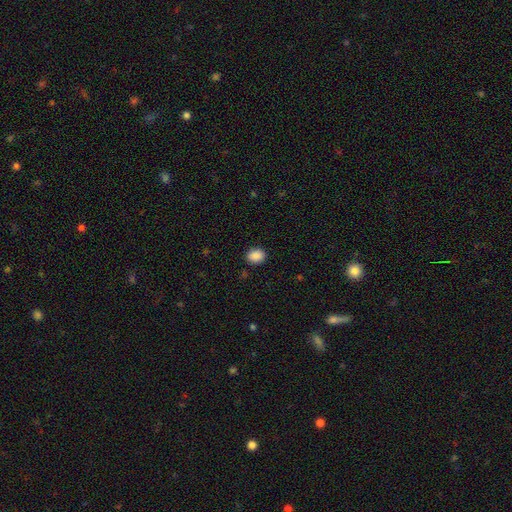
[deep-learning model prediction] Smooth or featured?
  - smooth: 89% *
  - star or artifact: 8%
  - featured or disk: 3%
How rounded?
  - round: 50% * (tied)
  - in between: 50% * (tied)
  - cigar-shaped: 1%
Merging?
  - none: 89% *
  - minor disturbance: 8%
  - major disturbance: 2%
  - merger: 1%